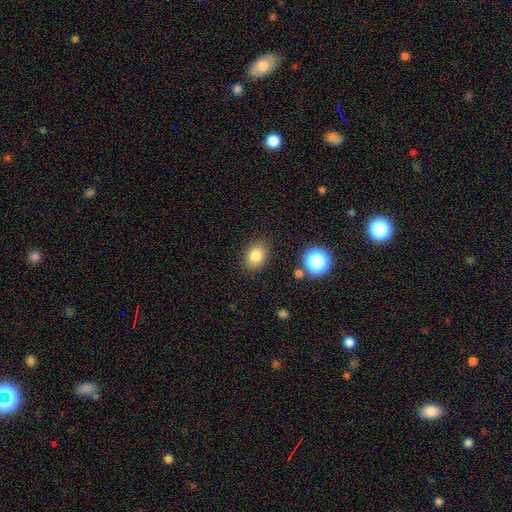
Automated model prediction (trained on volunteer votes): A smooth galaxy with no disk features (81%) that is in between round and cigar-shaped (58%). Merging: none (86%).